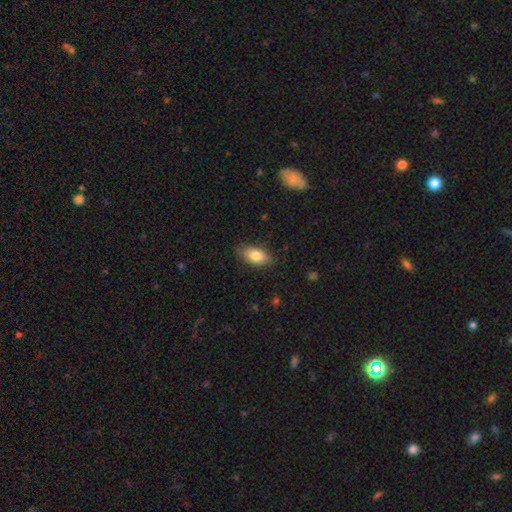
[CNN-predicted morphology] Overall: smooth (81%). How rounded: in between (88%). Merging: none (83%).